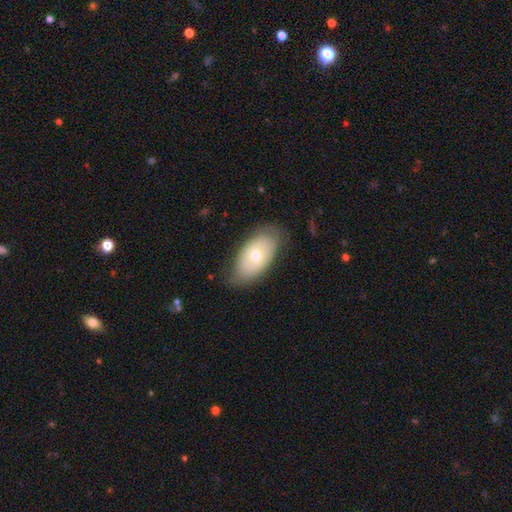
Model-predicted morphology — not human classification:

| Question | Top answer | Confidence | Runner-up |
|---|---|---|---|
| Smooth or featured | smooth | 59% | featured or disk (34%) |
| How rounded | in between | 92% | round (5%) |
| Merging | none | 75% | minor disturbance (18%) |